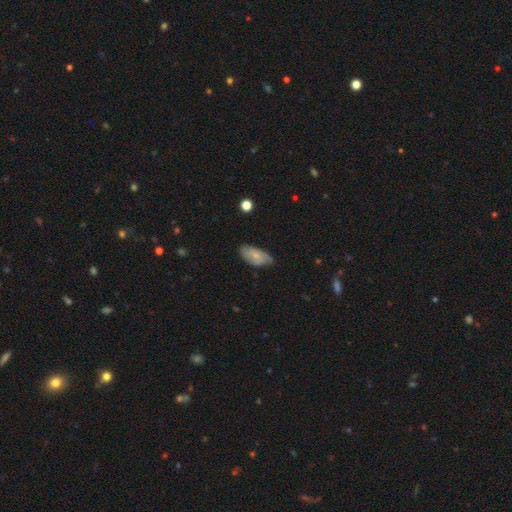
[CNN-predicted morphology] Smooth or featured? smooth (56%)
How rounded? in between (92%)
Merging? none (69%)